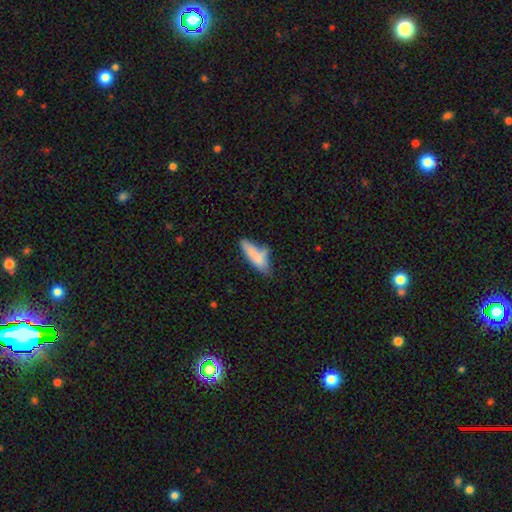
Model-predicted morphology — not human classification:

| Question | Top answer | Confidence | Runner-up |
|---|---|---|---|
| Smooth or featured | smooth | 75% | featured or disk (17%) |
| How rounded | cigar-shaped | 64% | in between (33%) |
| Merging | none | 46% | minor disturbance (24%) |